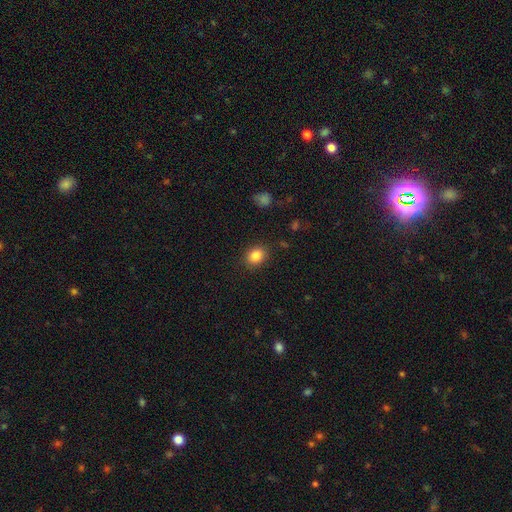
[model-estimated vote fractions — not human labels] A smooth galaxy with no disk features (84%) that is in between round and cigar-shaped (50%).

Vote fractions:
- Smooth or featured? smooth: 84% / star or artifact: 10% / featured or disk: 6%
- How rounded? in between: 50% / round: 49% / cigar-shaped: 1%
- Merging? none: 87% / minor disturbance: 9% / major disturbance: 3% / merger: 1%